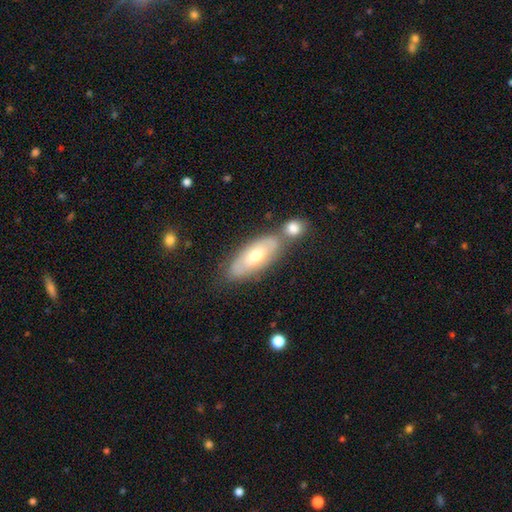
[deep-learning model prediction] Morphology: type=smooth (56%); roundness=in between (78%); merging=none (48%).